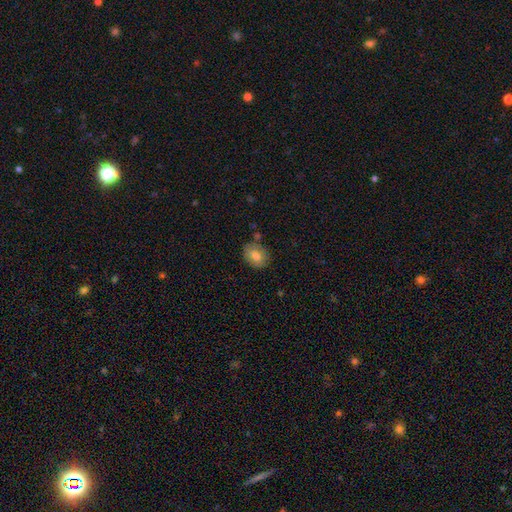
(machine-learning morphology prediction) A smooth galaxy with no disk features (73%) that is in between round and cigar-shaped (53%).

Vote fractions:
- Smooth or featured? smooth: 73% / featured or disk: 19% / star or artifact: 8%
- How rounded? in between: 53% / round: 46% / cigar-shaped: 1%
- Merging? none: 78% / minor disturbance: 15% / merger: 4% / major disturbance: 3%